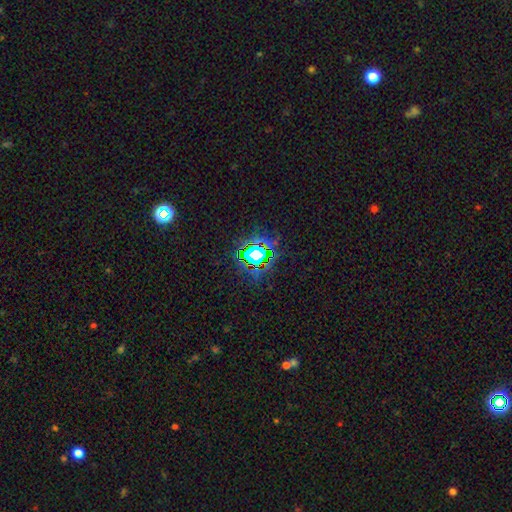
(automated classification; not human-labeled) smooth-or-featured: star or artifact: 71% | smooth: 16% | featured or disk: 13%